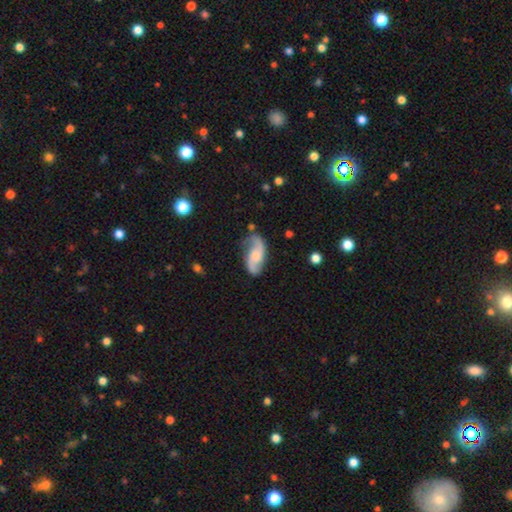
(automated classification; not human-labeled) This appears to be a featured or disk galaxy (79%) with no bar (56%), 2 (92%) loose (61%) spiral arms (96%) and a small central bulge (29%). Merging: none (70%).